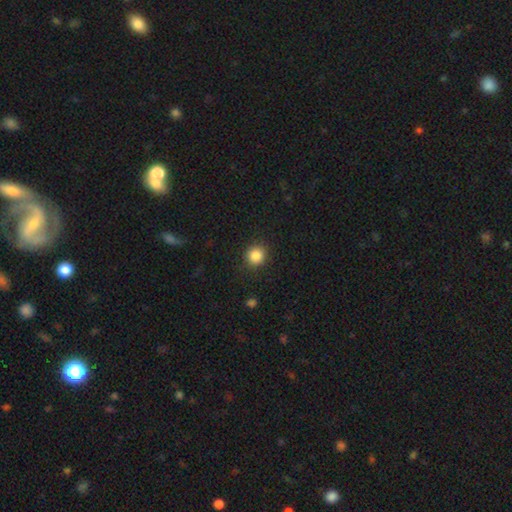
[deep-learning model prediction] Morphology: type=smooth (86%); roundness=round (91%); merging=none (89%).